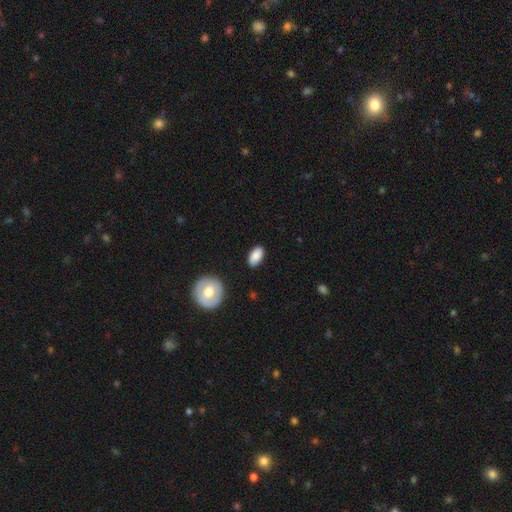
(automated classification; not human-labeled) Smooth or featured?
  - smooth: 86% *
  - featured or disk: 8%
  - star or artifact: 7%
How rounded?
  - in between: 91% *
  - round: 7%
  - cigar-shaped: 2%
Merging?
  - none: 85% *
  - minor disturbance: 11%
  - major disturbance: 2%
  - merger: 2%